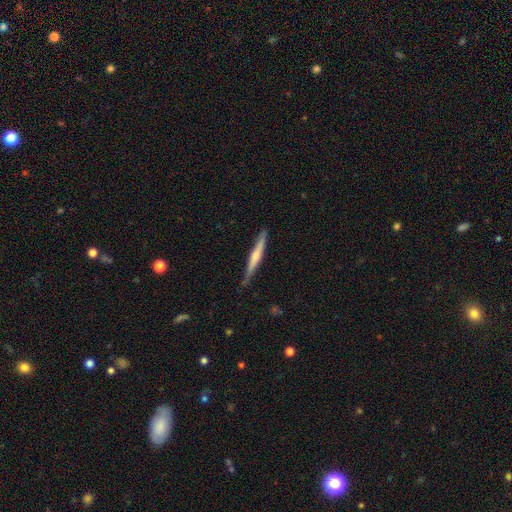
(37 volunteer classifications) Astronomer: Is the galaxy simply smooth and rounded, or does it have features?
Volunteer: featured or disk — 54% (runner-up: smooth, 43%).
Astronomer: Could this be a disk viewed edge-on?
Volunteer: yes — 100%.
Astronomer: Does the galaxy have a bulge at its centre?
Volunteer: rounded — 65%.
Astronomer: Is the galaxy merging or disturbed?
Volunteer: none — 81%.